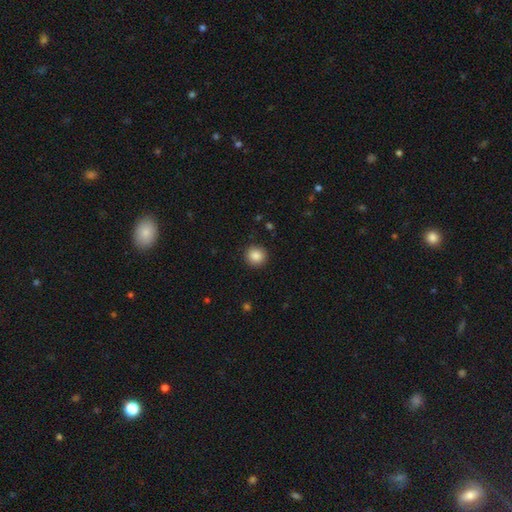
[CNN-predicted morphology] Smooth or featured: smooth — 87% (star or artifact — 9%)
How rounded: round — 93% (in between — 6%)
Merging: none — 92% (minor disturbance — 5%)